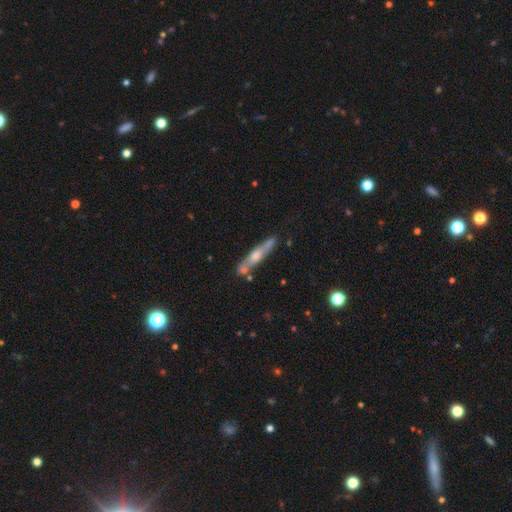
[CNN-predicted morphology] The model was most divided on "smooth or featured": featured or disk: 50%, smooth: 44%, star or artifact: 6%. More confident: merging — none (72%).